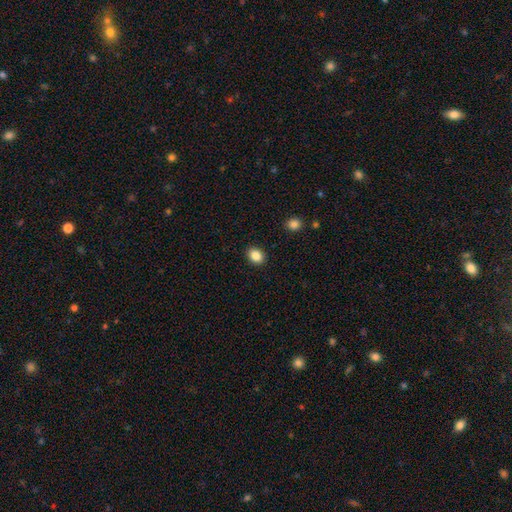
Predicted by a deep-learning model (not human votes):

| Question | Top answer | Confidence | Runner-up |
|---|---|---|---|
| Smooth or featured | smooth | 86% | star or artifact (9%) |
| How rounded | in between | 66% | round (33%) |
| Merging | none | 90% | minor disturbance (7%) |